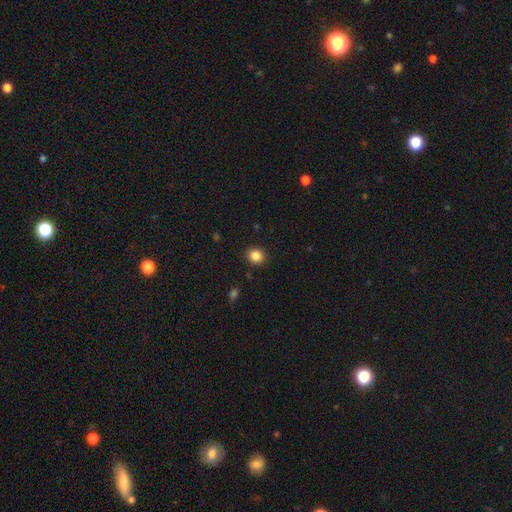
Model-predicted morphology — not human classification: Smooth or featured?
  - smooth: 85% *
  - star or artifact: 10%
  - featured or disk: 4%
How rounded?
  - round: 78% *
  - in between: 21%
  - cigar-shaped: 1%
Merging?
  - none: 90% *
  - minor disturbance: 7%
  - major disturbance: 2%
  - merger: 1%